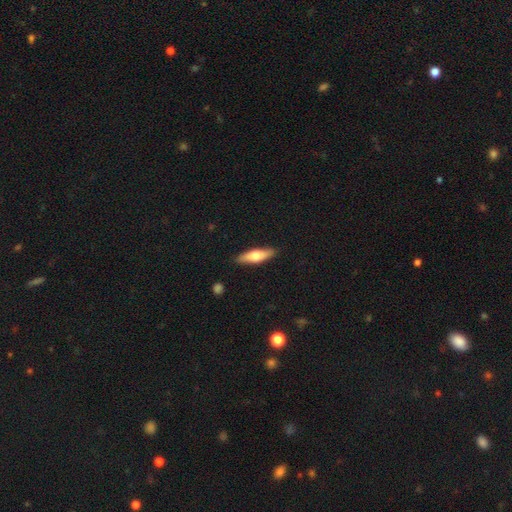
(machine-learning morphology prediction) type=smooth (57%); roundness=cigar-shaped (57%); merging=none (88%).